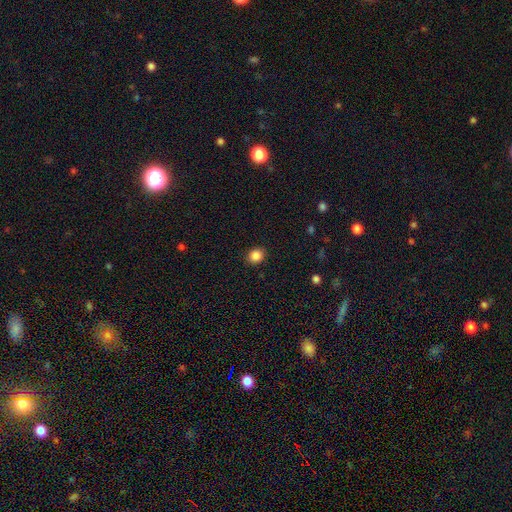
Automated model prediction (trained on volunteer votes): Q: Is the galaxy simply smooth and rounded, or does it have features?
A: smooth — 86%.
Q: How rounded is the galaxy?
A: round — 73%.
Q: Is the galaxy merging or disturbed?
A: none — 90%.